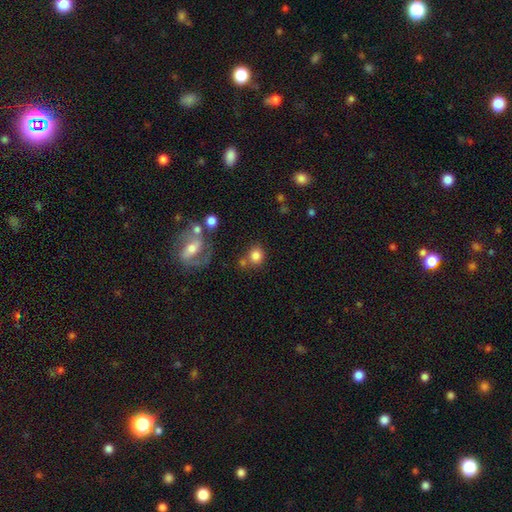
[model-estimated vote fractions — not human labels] Morphology: type=smooth (80%); roundness=round (83%); merging=none (67%).